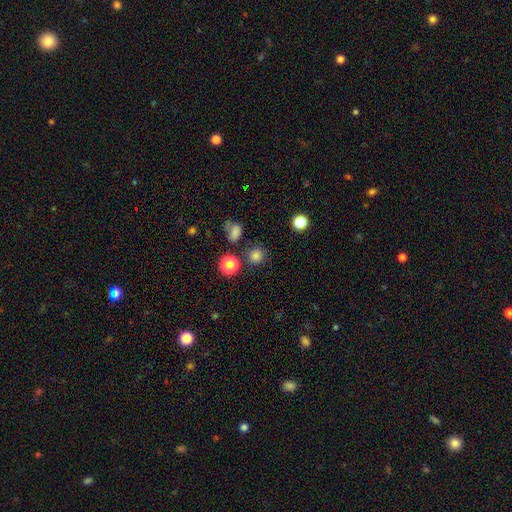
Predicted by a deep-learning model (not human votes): The model was most divided on "smooth or featured": smooth: 80%, star or artifact: 16%, featured or disk: 5%. More confident: how rounded — round (90%); merging — none (79%).